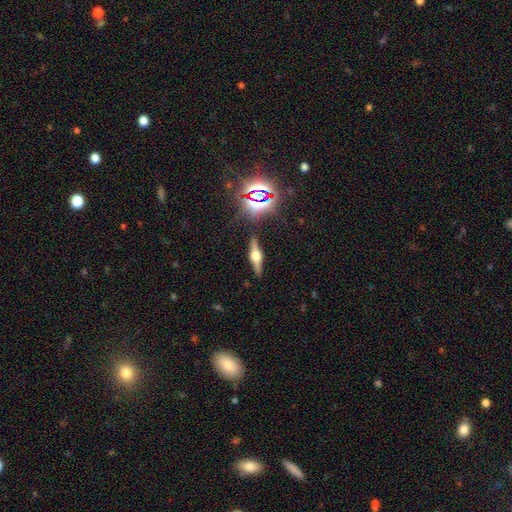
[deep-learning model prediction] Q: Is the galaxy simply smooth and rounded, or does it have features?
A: featured or disk — 71%.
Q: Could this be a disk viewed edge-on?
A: yes — 97%.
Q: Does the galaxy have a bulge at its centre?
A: rounded — 93%.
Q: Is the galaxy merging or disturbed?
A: none — 87%.